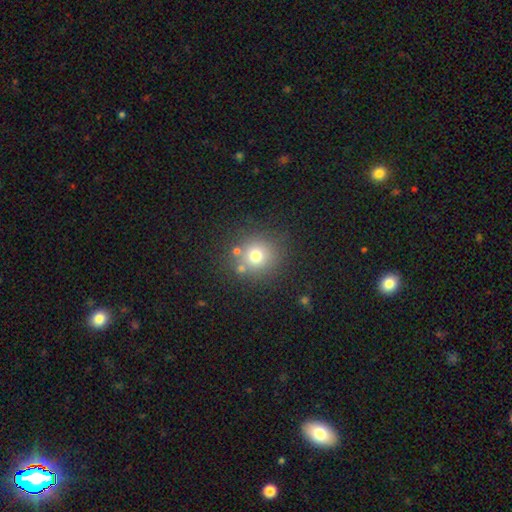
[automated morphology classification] smooth 72%, star or artifact 16%, featured or disk 12%. Down the decision tree: how rounded — round (91%); merging — none (77%).